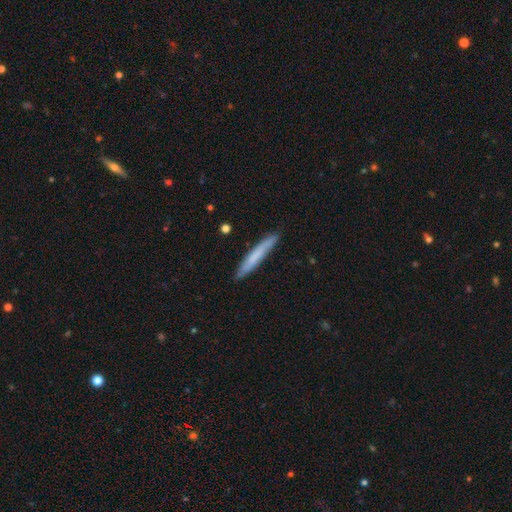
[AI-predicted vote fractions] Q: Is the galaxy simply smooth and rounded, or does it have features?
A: smooth — 64%.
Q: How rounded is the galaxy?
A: cigar-shaped — 95%.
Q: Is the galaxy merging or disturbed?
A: none — 86%.